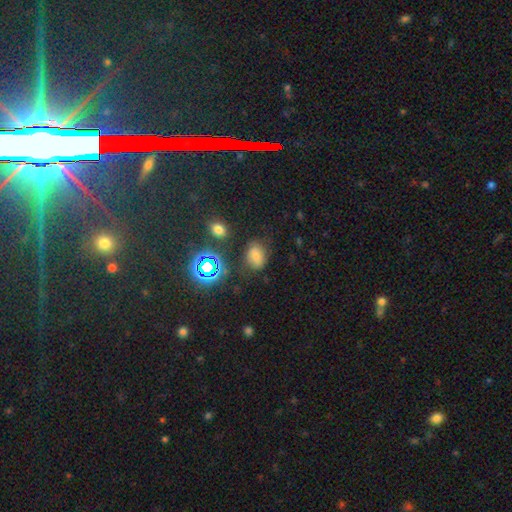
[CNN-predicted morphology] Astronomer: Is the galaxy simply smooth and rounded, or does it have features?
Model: smooth — 65%.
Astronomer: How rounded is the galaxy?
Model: in between — 68%.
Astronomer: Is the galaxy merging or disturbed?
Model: none — 72%.